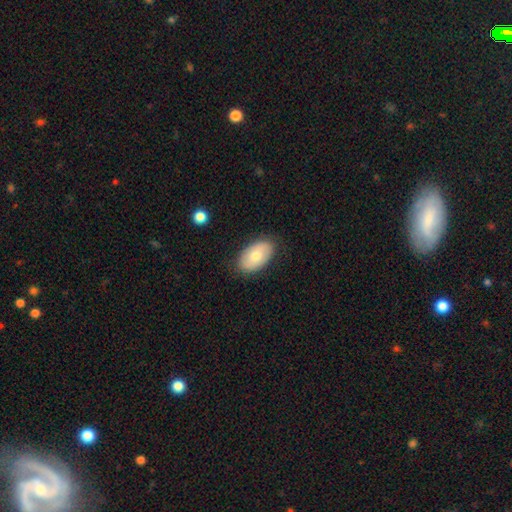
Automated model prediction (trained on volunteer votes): This is likely a smooth galaxy (71%). How rounded: clearly in between (94%). Merging: clearly none (83%).